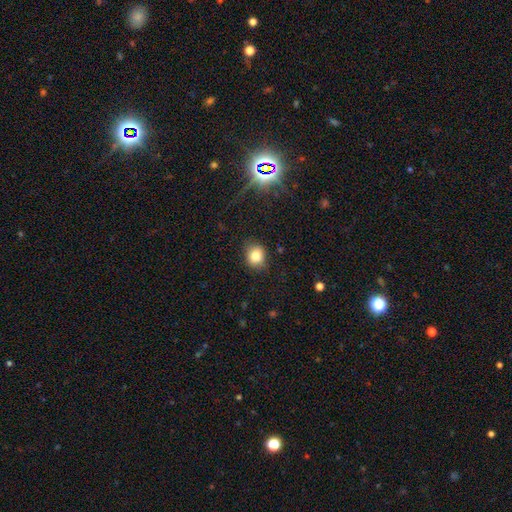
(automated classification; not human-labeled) This appears to be a smooth galaxy with no disk features (79%) that is round (67%). Merging: none (82%).